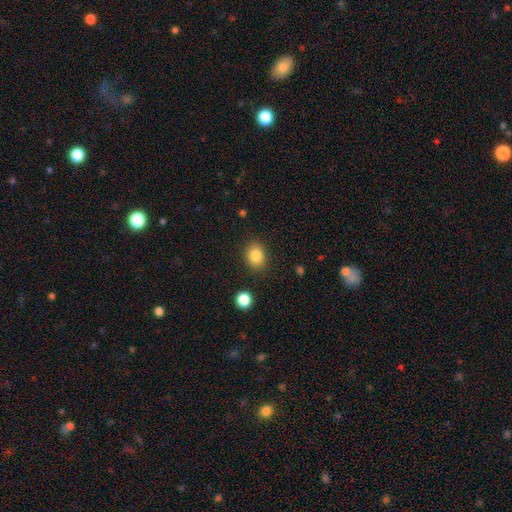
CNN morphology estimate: Smooth or featured: smooth — 85% (star or artifact — 9%)
How rounded: in between — 56% (round — 43%)
Merging: none — 86% (minor disturbance — 9%)